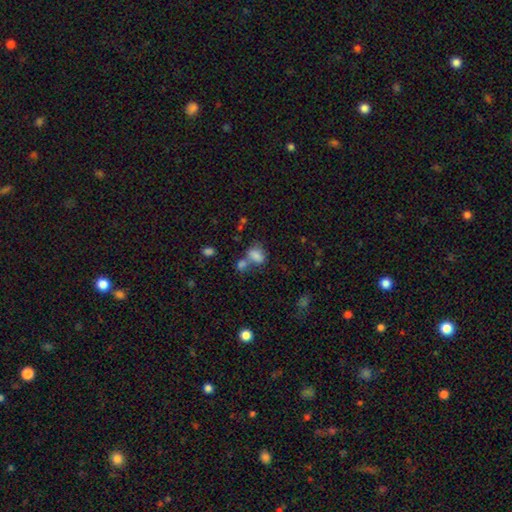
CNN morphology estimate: A smooth galaxy with no disk features (79%) that is in between round and cigar-shaped (78%).

Vote fractions:
- Smooth or featured? smooth: 79% / star or artifact: 11% / featured or disk: 10%
- How rounded? in between: 78% / round: 21% / cigar-shaped: 2%
- Merging? merger: 41% / none: 36% / minor disturbance: 14% / major disturbance: 8%